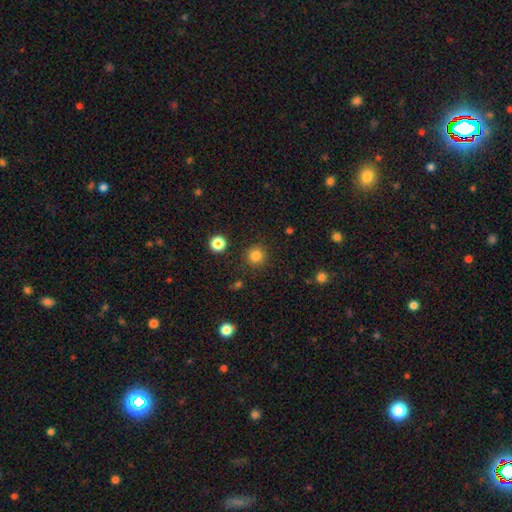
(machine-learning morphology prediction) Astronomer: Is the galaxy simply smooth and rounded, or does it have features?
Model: smooth — 83%.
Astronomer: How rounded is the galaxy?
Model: round — 93%.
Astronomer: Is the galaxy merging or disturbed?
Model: none — 88%.